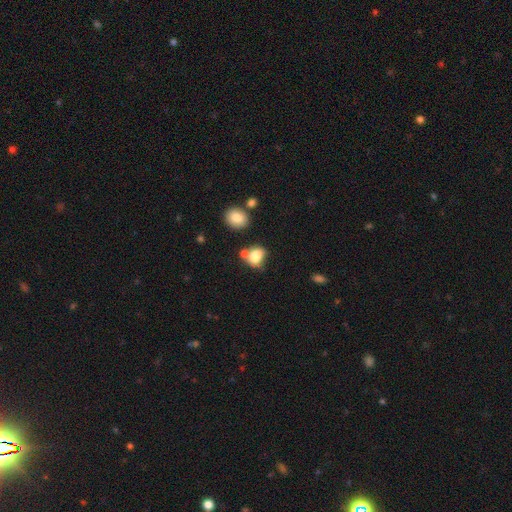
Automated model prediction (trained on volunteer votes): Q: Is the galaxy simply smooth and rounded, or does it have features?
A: smooth — 79%.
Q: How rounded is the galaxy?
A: in between — 54%.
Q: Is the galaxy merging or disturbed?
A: none — 44%.